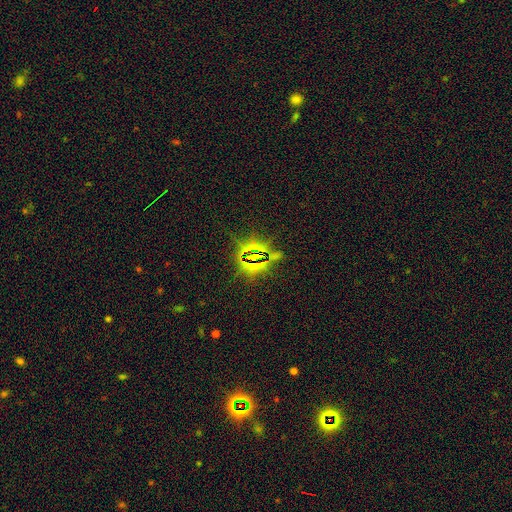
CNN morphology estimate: smooth_or_featured: star or artifact (p=0.78) [alt: smooth p=0.13]